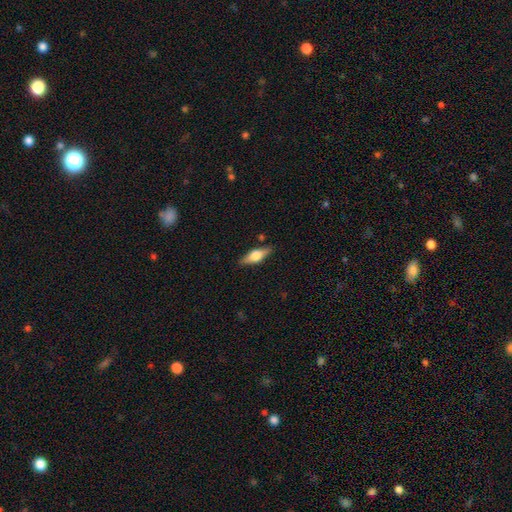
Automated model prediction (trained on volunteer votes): smooth_or_featured: featured or disk (p=0.47) [alt: smooth p=0.46]
merging: none (p=0.84) [alt: minor disturbance p=0.11]